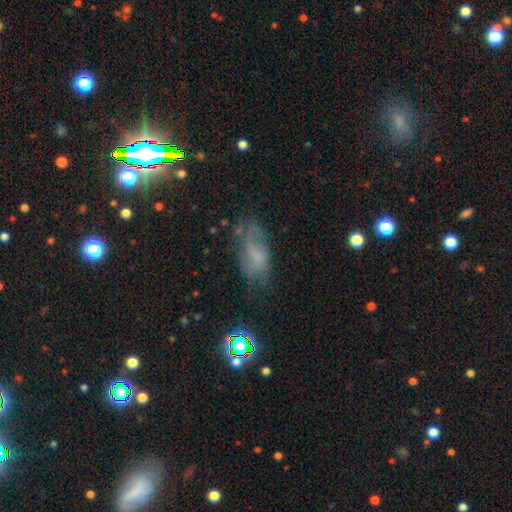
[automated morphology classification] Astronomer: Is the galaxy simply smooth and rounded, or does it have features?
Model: smooth — 48% (runner-up: featured or disk, 33%).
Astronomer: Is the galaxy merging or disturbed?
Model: none — 51% (runner-up: minor disturbance, 27%).